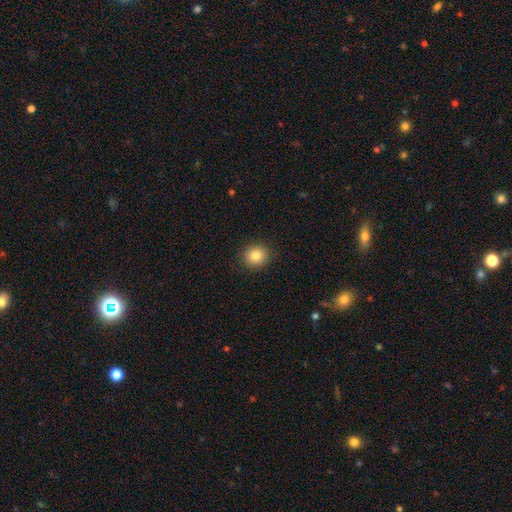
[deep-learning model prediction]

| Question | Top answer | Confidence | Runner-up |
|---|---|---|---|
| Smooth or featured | smooth | 83% | star or artifact (10%) |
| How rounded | round | 76% | in between (23%) |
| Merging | none | 90% | minor disturbance (7%) |